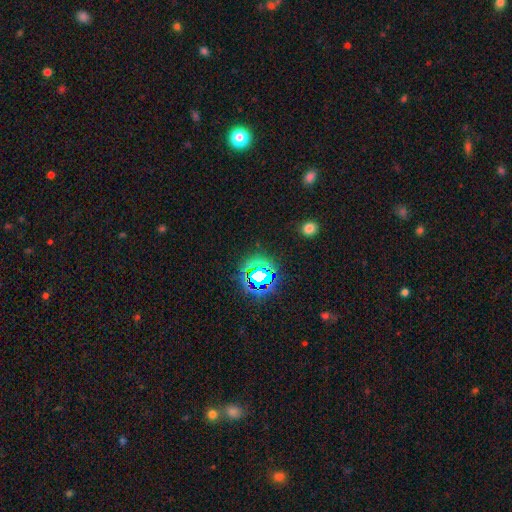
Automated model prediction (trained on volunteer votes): star or artifact 77%, smooth 16%, featured or disk 8%.